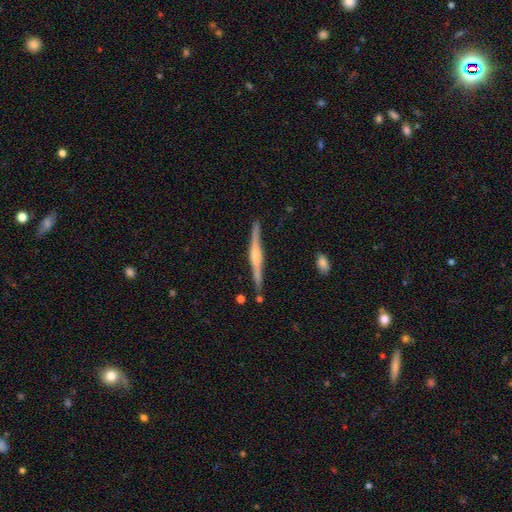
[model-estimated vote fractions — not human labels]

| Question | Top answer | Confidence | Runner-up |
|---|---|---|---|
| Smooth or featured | featured or disk | 78% | smooth (16%) |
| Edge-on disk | yes | 98% | no (2%) |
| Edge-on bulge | rounded | 74% | boxy (16%) |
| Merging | none | 87% | minor disturbance (9%) |